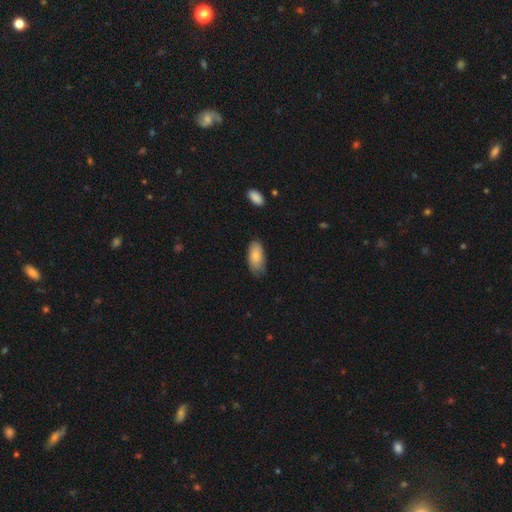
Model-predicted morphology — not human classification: This appears to be a smooth galaxy with no disk features (83%) that is in between round and cigar-shaped (91%). Merging: none (67%).